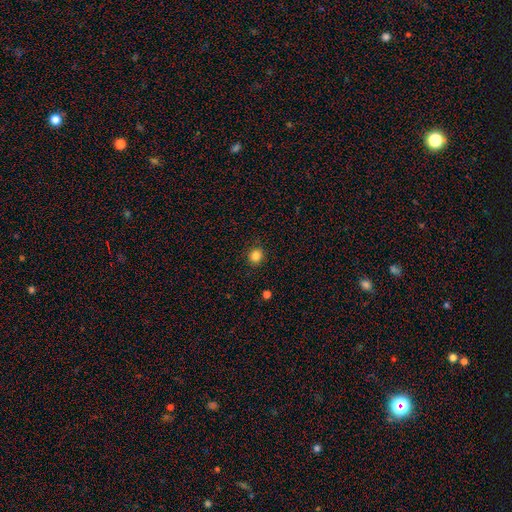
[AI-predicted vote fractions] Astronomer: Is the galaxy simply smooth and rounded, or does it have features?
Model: smooth — 85%.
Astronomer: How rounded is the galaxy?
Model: round — 86%.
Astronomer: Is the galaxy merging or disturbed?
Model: none — 91%.